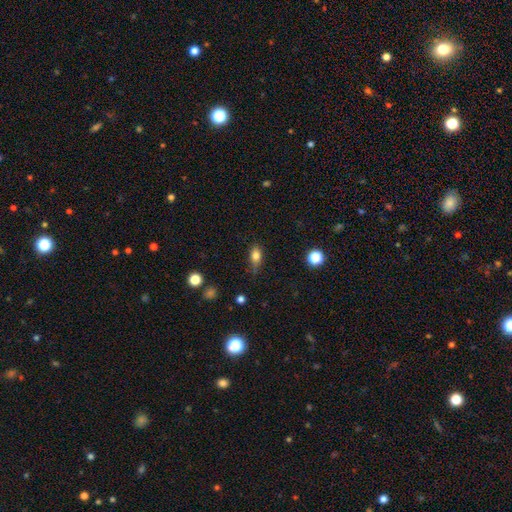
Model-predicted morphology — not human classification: smooth_or_featured: smooth (p=0.79) [alt: featured or disk p=0.11]
how_rounded: in between (p=0.78) [alt: round p=0.15]
merging: none (p=0.63) [alt: minor disturbance p=0.28]